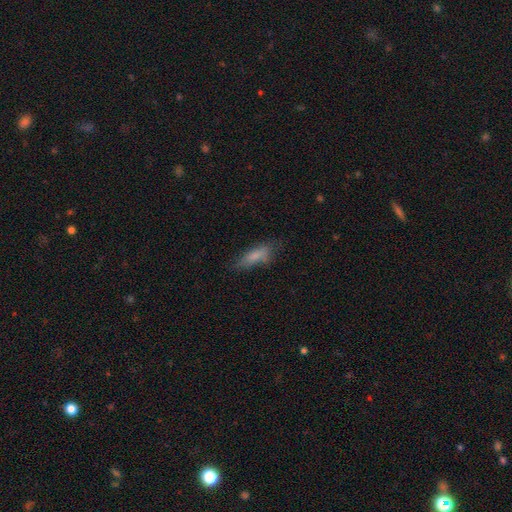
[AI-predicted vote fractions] Q: Smooth or featured?
A: smooth (75%); runner-up: featured or disk (16%)
Q: How rounded?
A: cigar-shaped (49%); runner-up: in between (48%)
Q: Merging?
A: none (58%); runner-up: minor disturbance (27%)